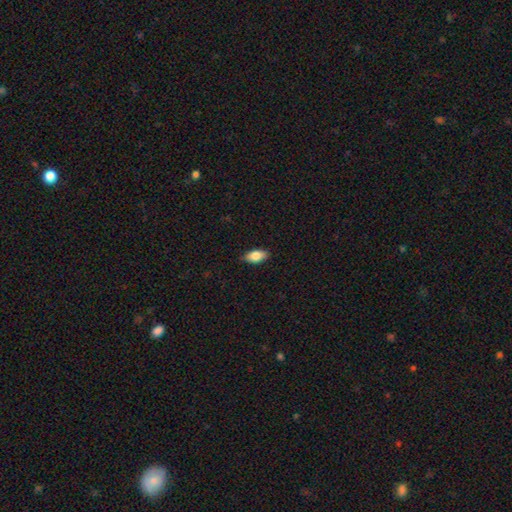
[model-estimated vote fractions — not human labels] smooth-or-featured: smooth: 82% | featured or disk: 11% | star or artifact: 7%
  how-rounded: in between: 90% | cigar-shaped: 6% | round: 4%
  merging: none: 86% | minor disturbance: 11% | major disturbance: 2% | merger: 1%